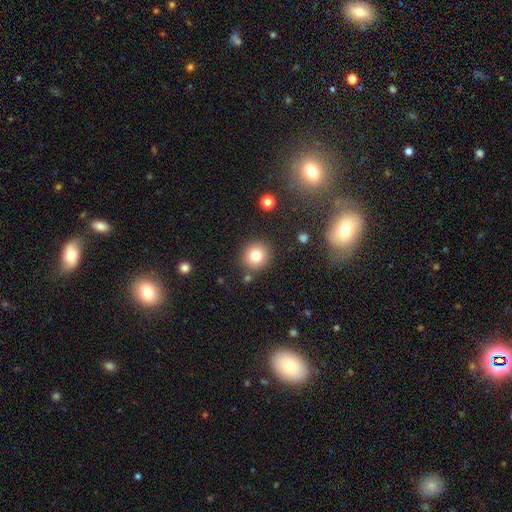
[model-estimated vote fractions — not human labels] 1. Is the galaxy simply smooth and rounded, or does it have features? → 80% smooth, 12% star or artifact, 9% featured or disk.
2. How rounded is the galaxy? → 90% round, 10% in between, 1% cigar-shaped.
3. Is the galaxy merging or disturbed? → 85% none, 8% minor disturbance, 4% merger, 3% major disturbance.